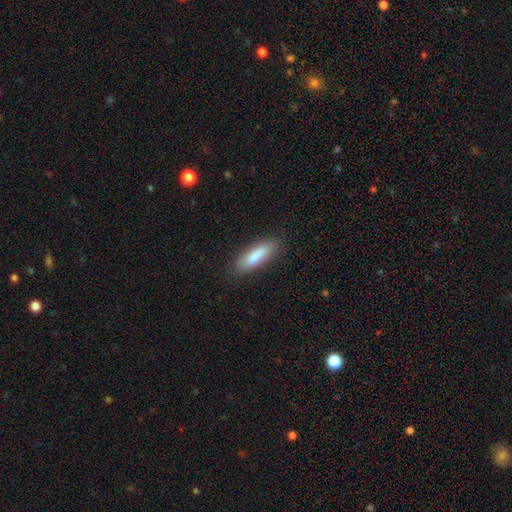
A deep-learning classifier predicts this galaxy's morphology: This appears to be a smooth galaxy with no disk features (85%) that is cigar-shaped (50%). Merging: none (84%).